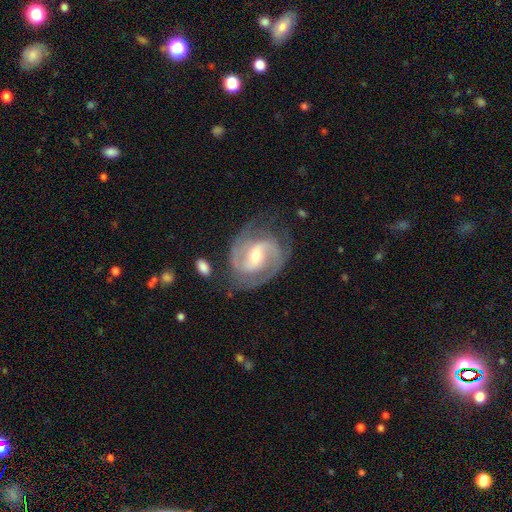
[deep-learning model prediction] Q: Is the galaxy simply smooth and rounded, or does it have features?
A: featured or disk — 90%.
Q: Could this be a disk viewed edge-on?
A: no — 97%.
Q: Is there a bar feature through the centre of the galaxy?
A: weak — 48%.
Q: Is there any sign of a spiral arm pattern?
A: yes — 97%.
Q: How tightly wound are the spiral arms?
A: medium — 51%.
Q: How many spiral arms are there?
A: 2 — 85%.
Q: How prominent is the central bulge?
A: moderate — 61%.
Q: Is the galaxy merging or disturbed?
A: none — 72%.